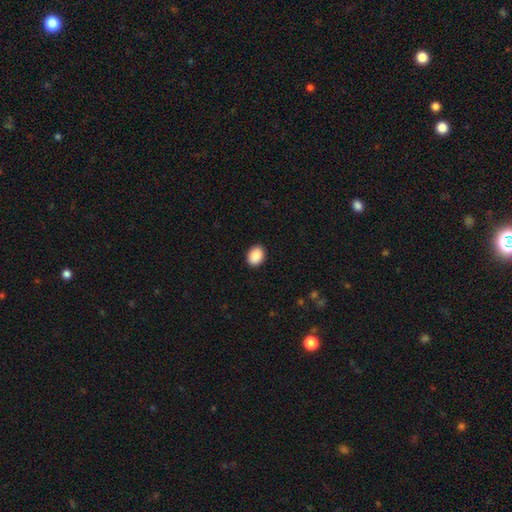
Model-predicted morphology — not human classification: A smooth galaxy with no disk features (90%) that is in between round and cigar-shaped (64%). Merging: none (91%).